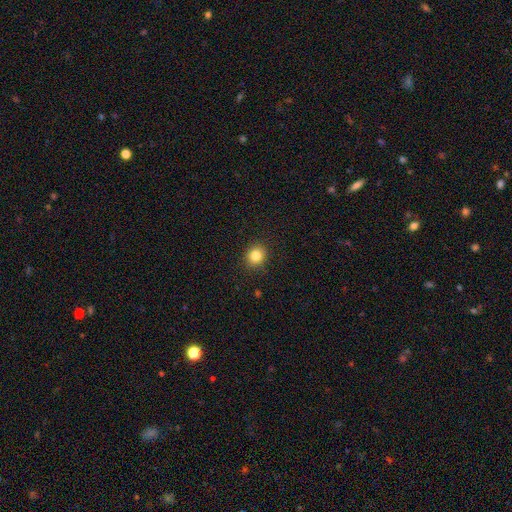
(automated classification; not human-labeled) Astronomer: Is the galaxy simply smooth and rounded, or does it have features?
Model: smooth — 84%.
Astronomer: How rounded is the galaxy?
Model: round — 77%.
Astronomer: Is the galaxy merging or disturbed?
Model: none — 89%.